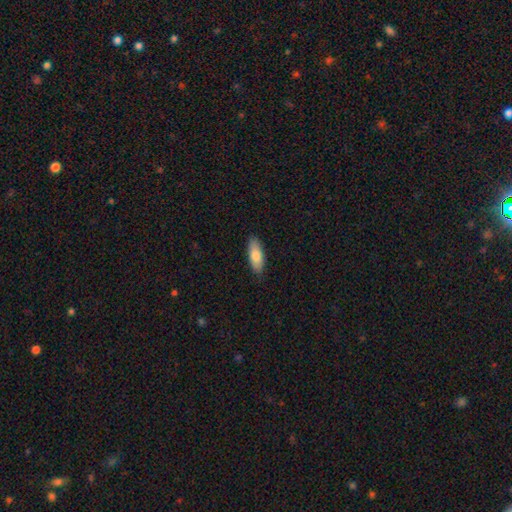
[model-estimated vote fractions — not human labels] Smooth or featured: smooth — 79% (featured or disk — 15%)
How rounded: in between — 71% (cigar-shaped — 27%)
Merging: none — 88% (minor disturbance — 10%)